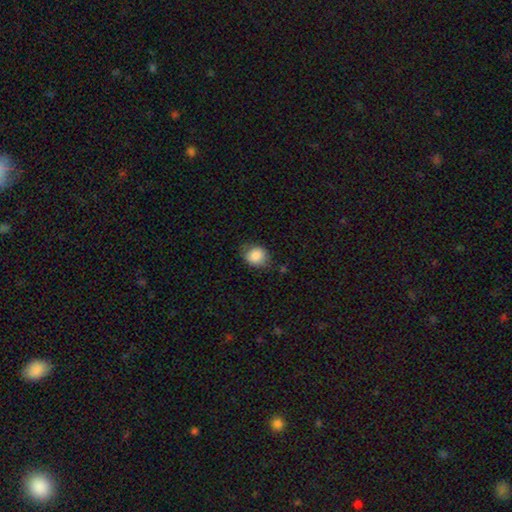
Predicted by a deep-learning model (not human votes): This appears to be a smooth galaxy with no disk features (87%) that is round (63%). Merging: none (70%).